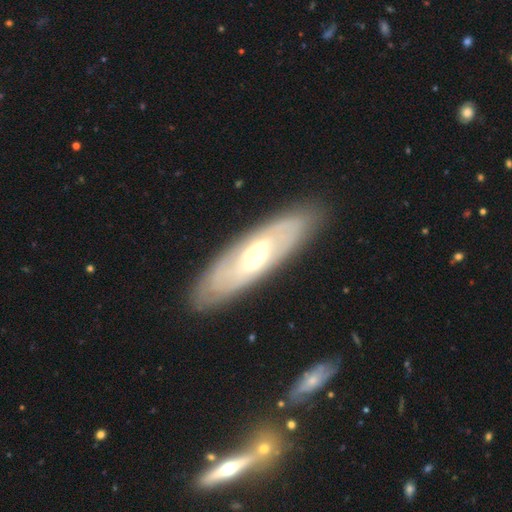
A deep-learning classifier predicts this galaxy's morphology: Overall: featured or disk (66%; smooth 28%). Edge-on disk: no (74%). Merging: none (86%).